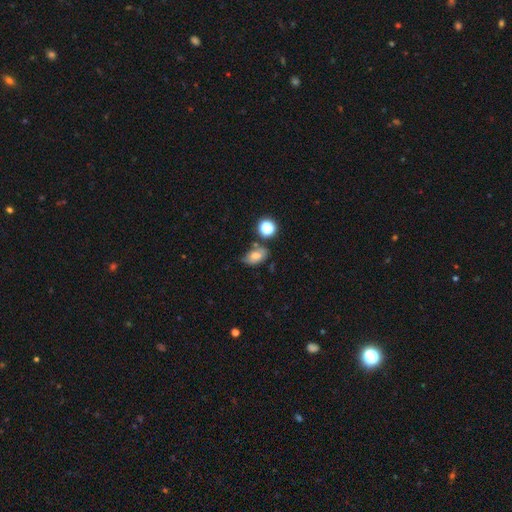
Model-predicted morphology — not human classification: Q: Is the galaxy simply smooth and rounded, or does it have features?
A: smooth — 64%.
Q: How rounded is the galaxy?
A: in between — 82%.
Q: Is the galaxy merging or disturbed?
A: none — 55%.